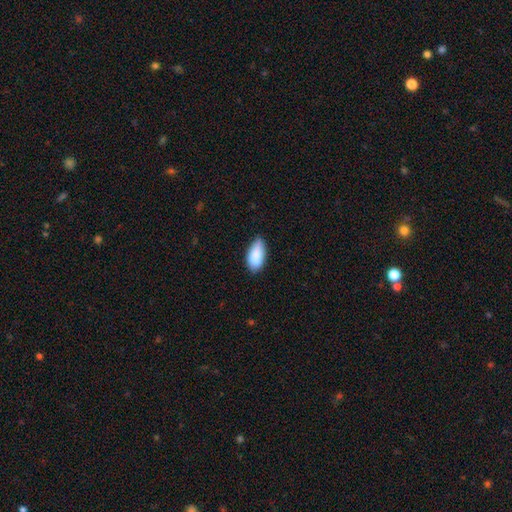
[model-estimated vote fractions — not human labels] smooth_or_featured: smooth (p=0.86) [alt: featured or disk p=0.08]
how_rounded: in between (p=0.93) [alt: cigar-shaped p=0.05]
merging: none (p=0.67) [alt: minor disturbance p=0.28]